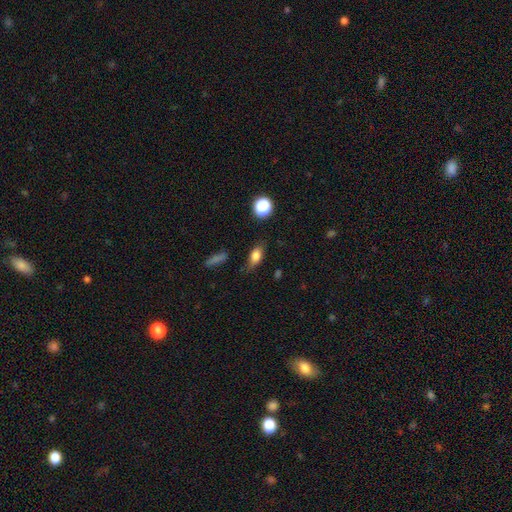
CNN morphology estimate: This is likely a smooth galaxy (78%). How rounded: likely in between (77%). Merging: likely none (75%).